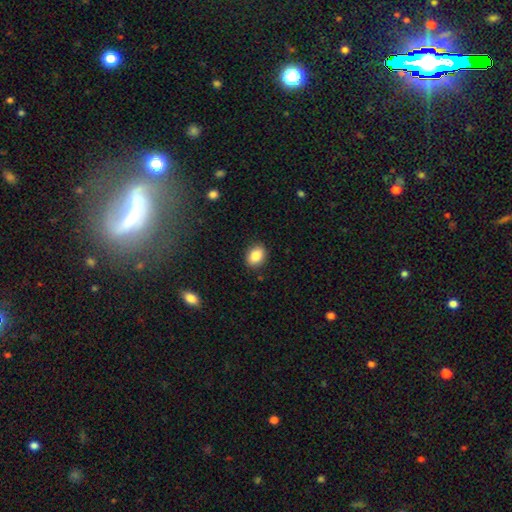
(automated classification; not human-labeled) smooth 86%, star or artifact 8%, featured or disk 6%. Down the decision tree: how rounded — in between (63%); merging — none (88%).